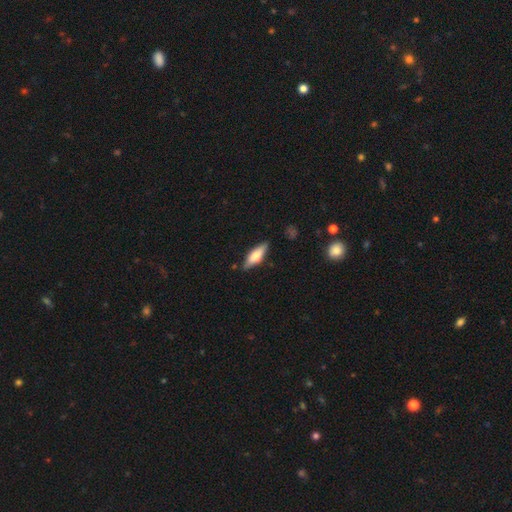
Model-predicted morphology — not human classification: smooth-or-featured: smooth: 65% | featured or disk: 29% | star or artifact: 6%
  how-rounded: in between: 58% | cigar-shaped: 40% | round: 2%
  merging: none: 79% | minor disturbance: 16% | major disturbance: 3% | merger: 2%